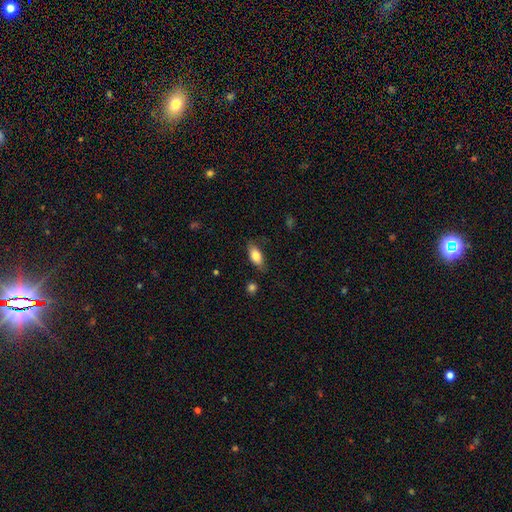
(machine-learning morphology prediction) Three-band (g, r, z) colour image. It shows a smooth galaxy with no disk features (80%) that is in between round and cigar-shaped (85%). Merging: none (77%).